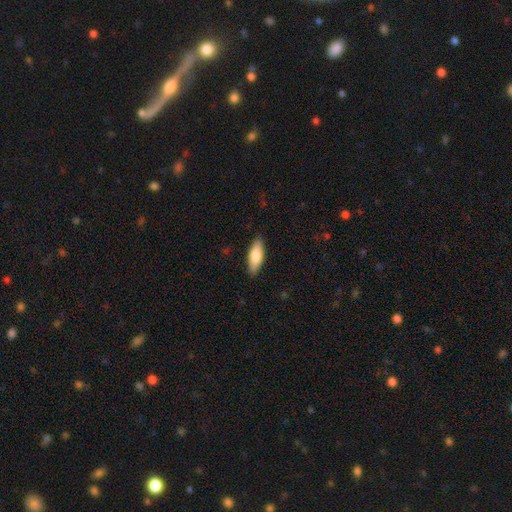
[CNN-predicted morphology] Smooth or featured?
  - smooth: 79% *
  - featured or disk: 15%
  - star or artifact: 5%
How rounded?
  - in between: 69% *
  - cigar-shaped: 30%
  - round: 2%
Merging?
  - none: 89% *
  - minor disturbance: 9%
  - major disturbance: 2%
  - merger: 1%